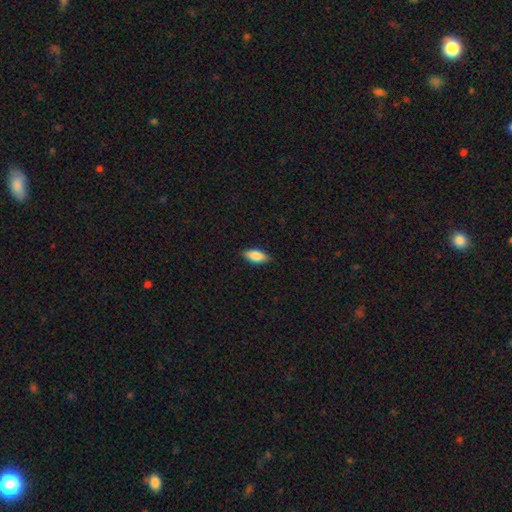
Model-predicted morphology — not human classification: Smooth or featured? smooth (82%)
How rounded? in between (82%)
Merging? none (87%)